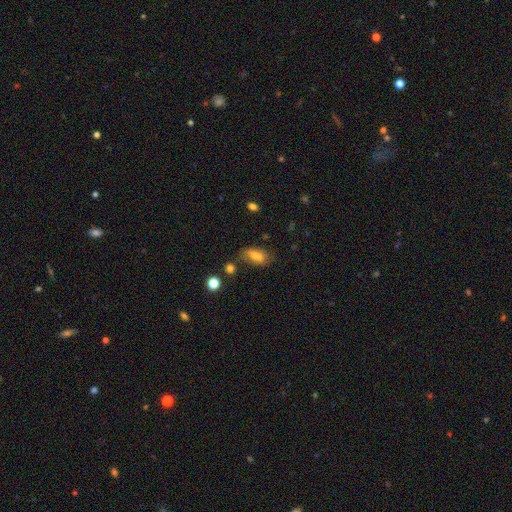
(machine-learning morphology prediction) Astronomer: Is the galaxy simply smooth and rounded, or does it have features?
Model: smooth — 62%.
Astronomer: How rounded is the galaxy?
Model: in between — 86%.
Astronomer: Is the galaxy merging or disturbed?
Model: none — 63%.